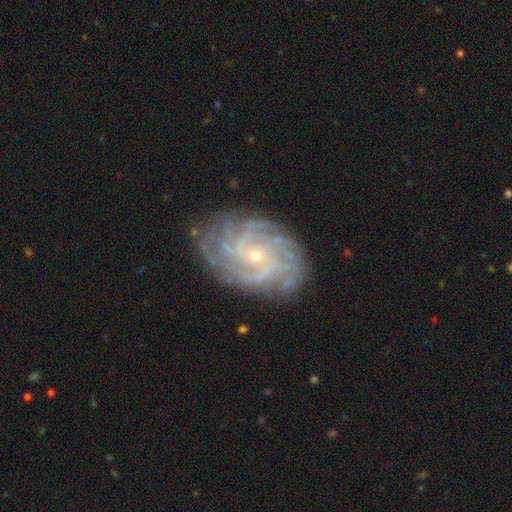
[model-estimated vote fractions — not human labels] Morphology: type=featured or disk (88%); edge-on=no (97%); bar=no (70%); spiral arms=yes (97%); winding=tight (71%); arm count=4 (27%); bulge=small (82%); merging=none (80%).